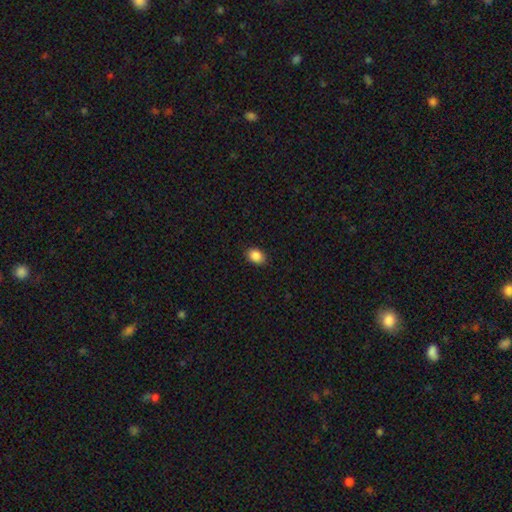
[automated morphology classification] The model was most divided on "how rounded": in between: 73%, round: 26%, cigar-shaped: 1%. More confident: smooth or featured — smooth (88%); merging — none (88%).